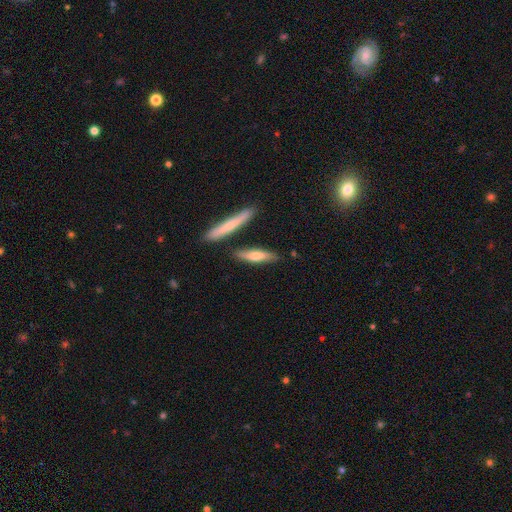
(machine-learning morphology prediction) A smooth galaxy with no disk features (60%) that is cigar-shaped (78%). Merging: none (77%).